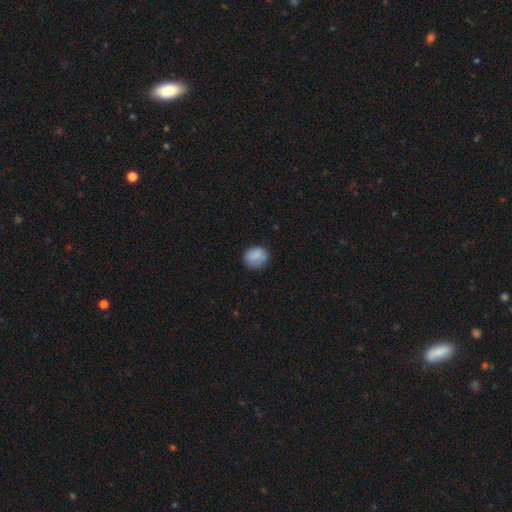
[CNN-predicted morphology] Overall: smooth (82%). How rounded: round (77%). Merging: none (77%).